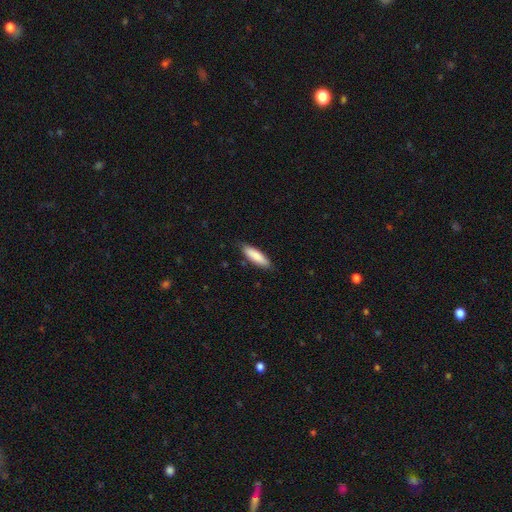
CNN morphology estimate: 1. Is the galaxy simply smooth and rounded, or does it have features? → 86% smooth, 9% featured or disk, 6% star or artifact.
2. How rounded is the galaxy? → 55% cigar-shaped, 44% in between, 1% round.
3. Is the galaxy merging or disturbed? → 84% none, 13% minor disturbance, 2% major disturbance, 1% merger.